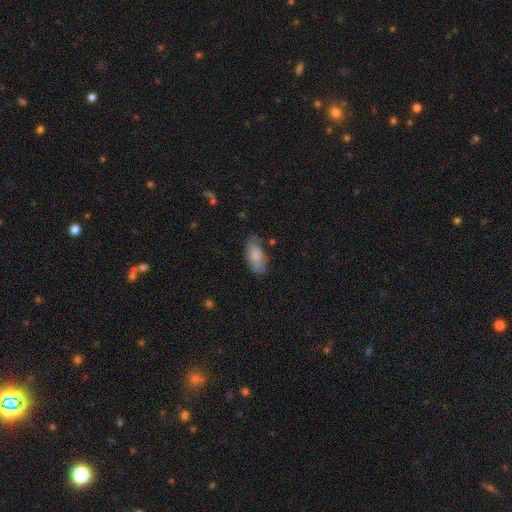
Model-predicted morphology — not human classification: type=smooth (73%); roundness=in between (90%); merging=none (65%).